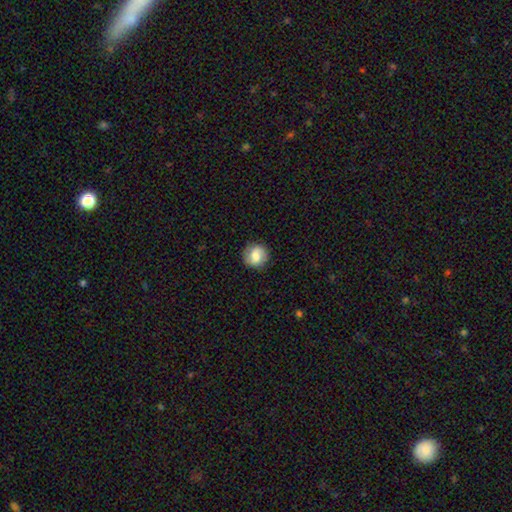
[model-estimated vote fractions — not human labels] A smooth galaxy with no disk features (68%) that is round (87%).

Vote fractions:
- Smooth or featured? smooth: 68% / featured or disk: 24% / star or artifact: 8%
- How rounded? round: 87% / in between: 12% / cigar-shaped: 1%
- Merging? none: 85% / minor disturbance: 11% / major disturbance: 3% / merger: 1%